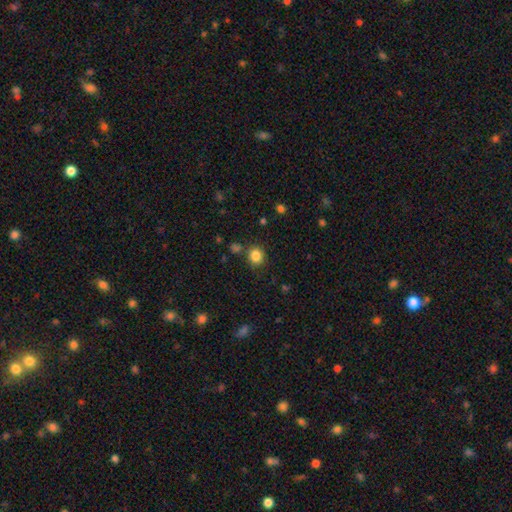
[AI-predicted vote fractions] This appears to be a smooth galaxy with no disk features (84%) that is round (83%). Merging: none (82%).